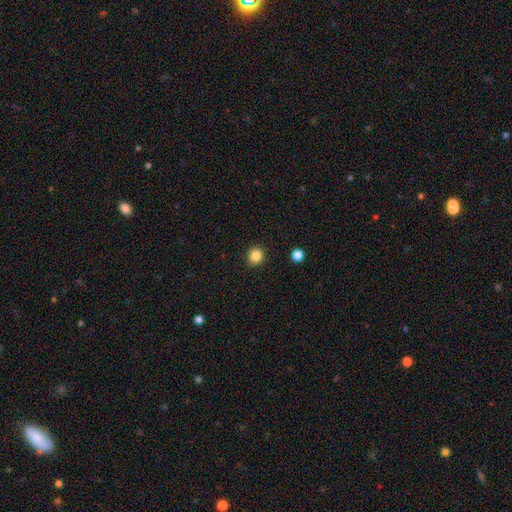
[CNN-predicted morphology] A smooth galaxy with no disk features (85%) that is round (91%).

Vote fractions:
- Smooth or featured? smooth: 85% / star or artifact: 11% / featured or disk: 4%
- How rounded? round: 91% / in between: 8% / cigar-shaped: 1%
- Merging? none: 92% / minor disturbance: 5% / major disturbance: 2% / merger: 1%